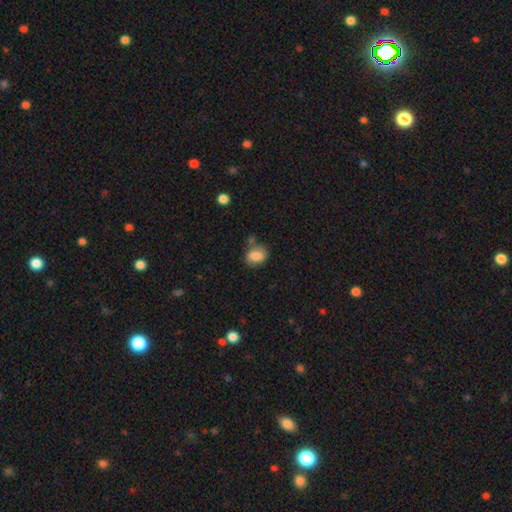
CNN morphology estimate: The model was most divided on "how rounded": in between: 66%, round: 32%, cigar-shaped: 2%. More confident: smooth or featured — smooth (82%); merging — none (61%).